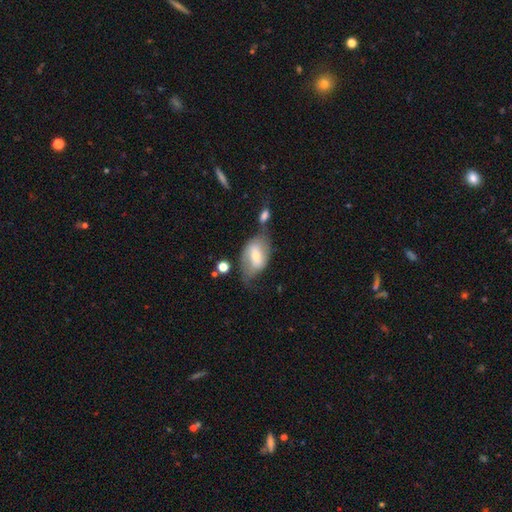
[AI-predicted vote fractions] smooth_or_featured: featured or disk (p=0.49) [alt: smooth p=0.45]
merging: none (p=0.43) [alt: minor disturbance p=0.25]